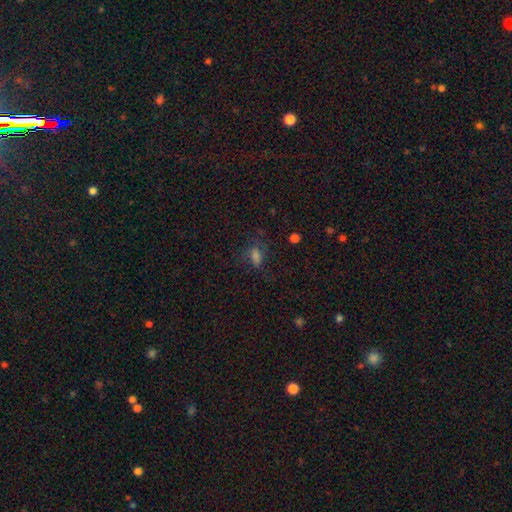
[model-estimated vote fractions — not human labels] Overall: smooth (60%; star or artifact 26%). How rounded: in between (75%). Merging: none (59%; minor disturbance 22%).